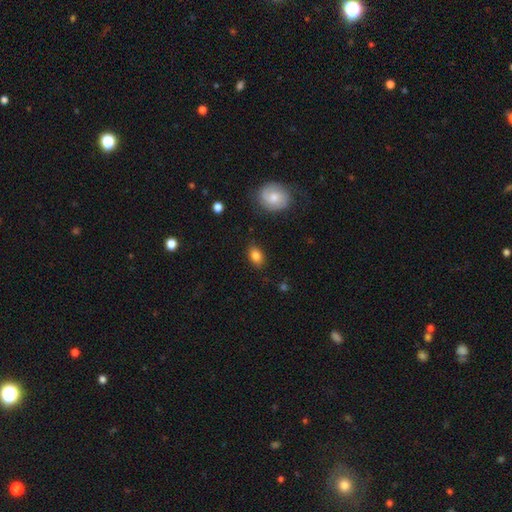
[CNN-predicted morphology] Smooth or featured? smooth (83%)
How rounded? in between (83%)
Merging? none (84%)